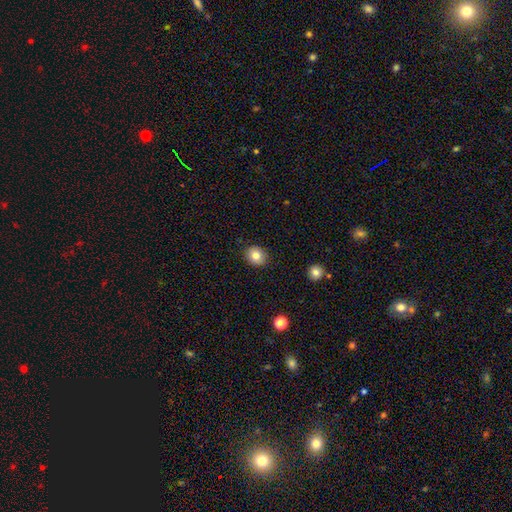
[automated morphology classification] smooth 81%, star or artifact 10%, featured or disk 9%. Down the decision tree: how rounded — round (71%); merging — none (89%).